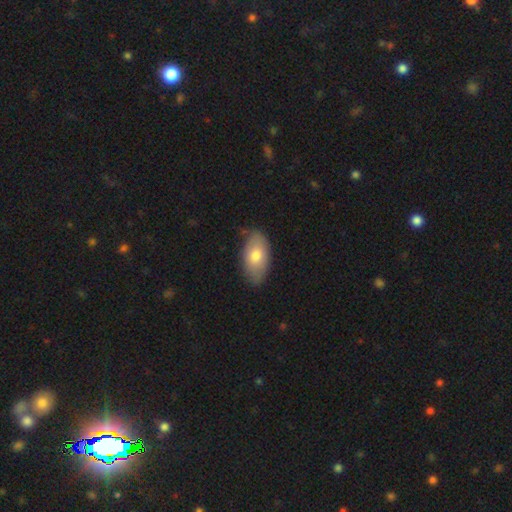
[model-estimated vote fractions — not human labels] smooth_or_featured: smooth (p=0.74) [alt: featured or disk p=0.20]
how_rounded: in between (p=0.93) [alt: round p=0.04]
merging: none (p=0.75) [alt: minor disturbance p=0.20]